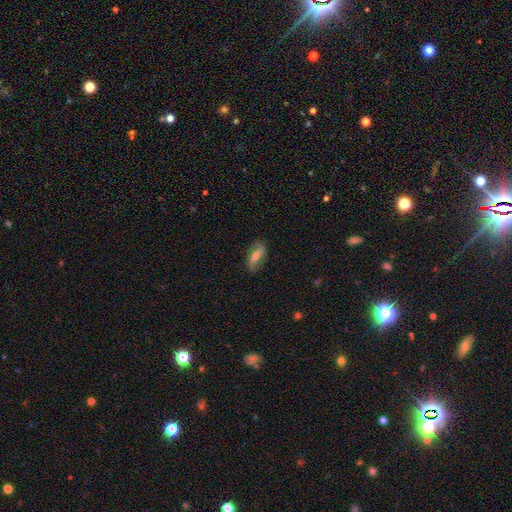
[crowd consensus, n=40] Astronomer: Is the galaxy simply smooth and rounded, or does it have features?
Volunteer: featured or disk — 57% (runner-up: smooth, 35%).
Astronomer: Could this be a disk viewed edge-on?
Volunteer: no — 87%.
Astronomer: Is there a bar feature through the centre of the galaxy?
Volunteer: strong — 45% (runner-up: weak, 40%).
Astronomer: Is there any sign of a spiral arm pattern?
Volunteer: yes — 70%.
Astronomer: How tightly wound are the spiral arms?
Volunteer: loose — 57%.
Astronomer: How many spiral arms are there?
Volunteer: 2 — 93%.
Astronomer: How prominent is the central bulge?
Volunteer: moderate — 50% (runner-up: small, 40%).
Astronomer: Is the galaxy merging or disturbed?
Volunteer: none — 70%.